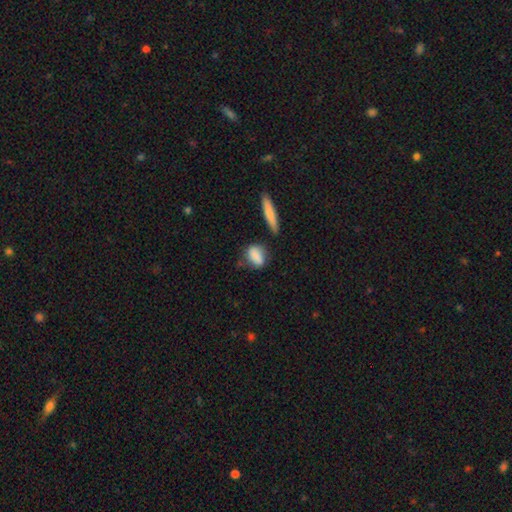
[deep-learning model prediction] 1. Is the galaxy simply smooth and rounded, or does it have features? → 81% smooth, 11% featured or disk, 7% star or artifact.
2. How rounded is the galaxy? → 69% in between, 19% round, 12% cigar-shaped.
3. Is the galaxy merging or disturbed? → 61% none, 24% minor disturbance, 8% merger, 7% major disturbance.